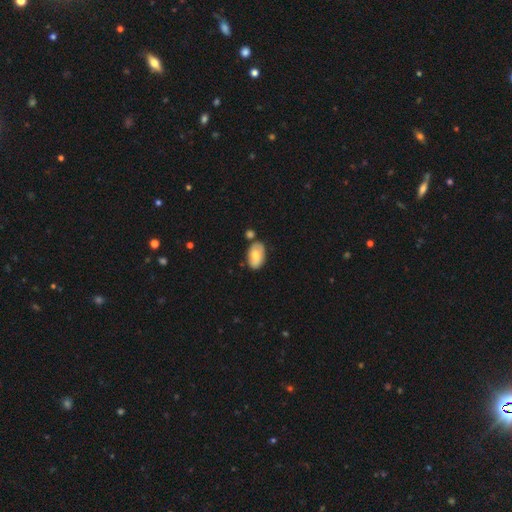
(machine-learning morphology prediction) smooth_or_featured: smooth (p=0.62) [alt: featured or disk p=0.31]
how_rounded: in between (p=0.93) [alt: round p=0.06]
merging: none (p=0.70) [alt: minor disturbance p=0.16]